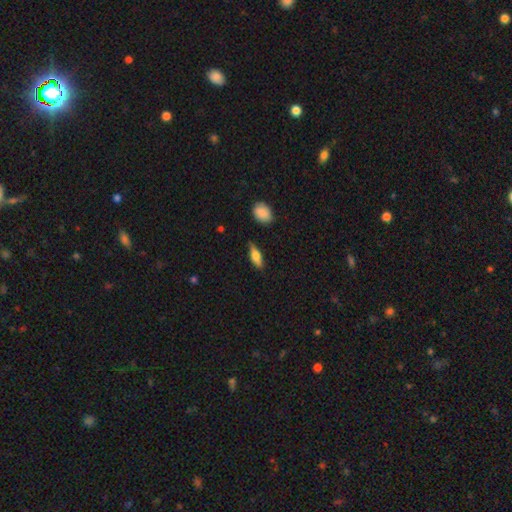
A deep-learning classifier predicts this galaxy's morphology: type=smooth (61%); roundness=in between (60%); merging=none (81%).